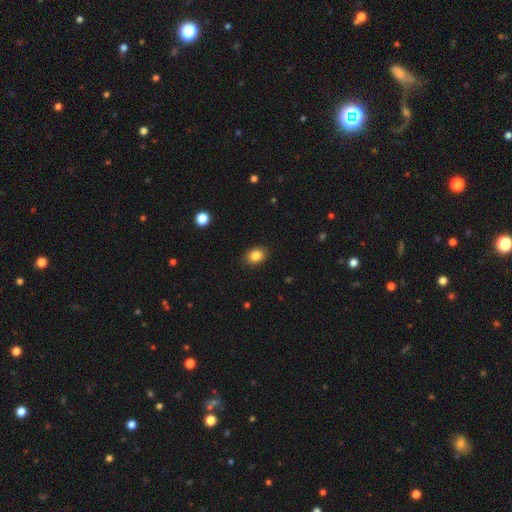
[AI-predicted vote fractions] Smooth or featured: smooth — 85% (star or artifact — 9%)
How rounded: in between — 65% (round — 34%)
Merging: none — 88% (minor disturbance — 9%)